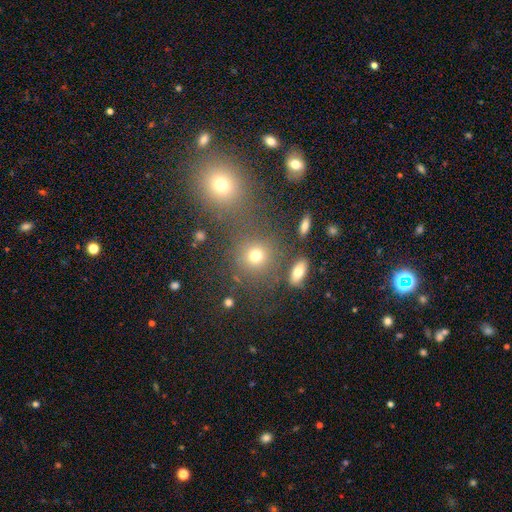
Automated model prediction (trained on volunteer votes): Overall: smooth (71%). How rounded: round (85%). Merging: none (75%).